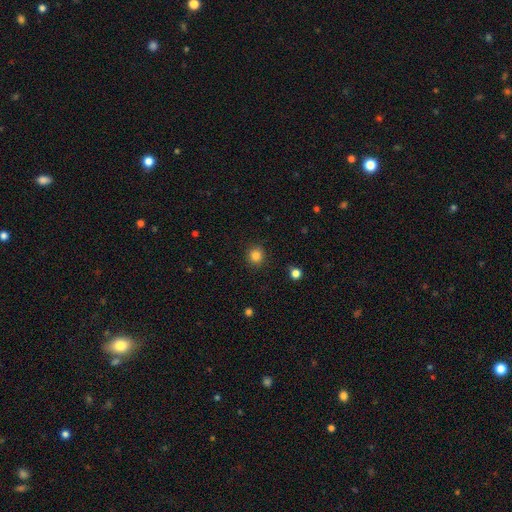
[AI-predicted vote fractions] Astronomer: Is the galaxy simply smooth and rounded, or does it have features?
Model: smooth — 83%.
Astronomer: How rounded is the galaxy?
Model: round — 91%.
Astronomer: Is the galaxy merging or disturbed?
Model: none — 90%.